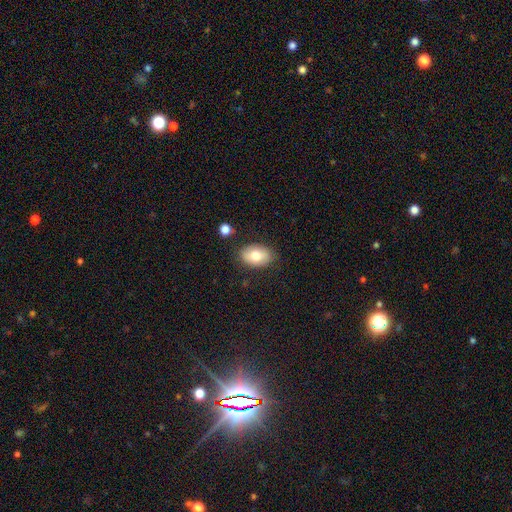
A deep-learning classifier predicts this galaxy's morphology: Smooth or featured: smooth — 75% (featured or disk — 17%)
How rounded: in between — 86% (round — 13%)
Merging: none — 83% (minor disturbance — 12%)